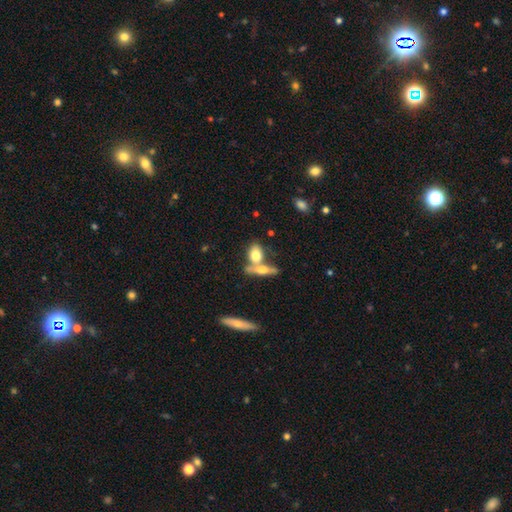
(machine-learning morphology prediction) Smooth or featured? smooth (70%)
How rounded? in between (76%)
Merging? merger (47%)